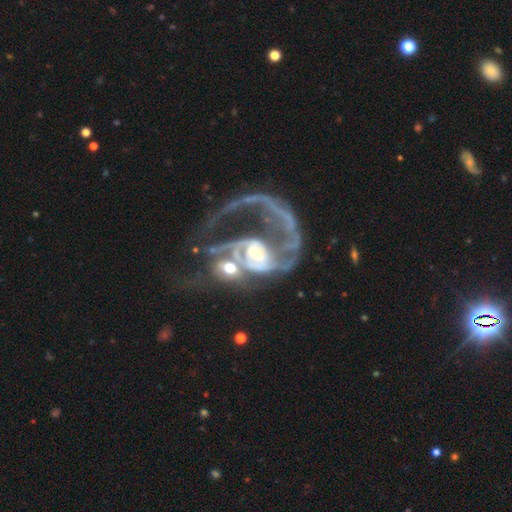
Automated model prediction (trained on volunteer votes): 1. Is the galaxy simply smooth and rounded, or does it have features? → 84% featured or disk, 8% smooth, 8% star or artifact.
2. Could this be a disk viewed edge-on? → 97% no, 3% yes.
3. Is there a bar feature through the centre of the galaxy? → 48% no, 35% weak, 17% strong.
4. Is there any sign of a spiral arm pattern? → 85% yes, 15% no.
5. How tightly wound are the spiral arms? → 53% loose, 31% medium, 16% tight.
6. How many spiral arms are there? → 35% 2, 32% 1, 19% can't tell, 7% 3, 3% 4, 3% more than 4.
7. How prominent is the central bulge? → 52% moderate, 30% small, 10% large, 5% none, 2% dominant.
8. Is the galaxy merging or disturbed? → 52% merger, 34% major disturbance, 9% none, 6% minor disturbance.